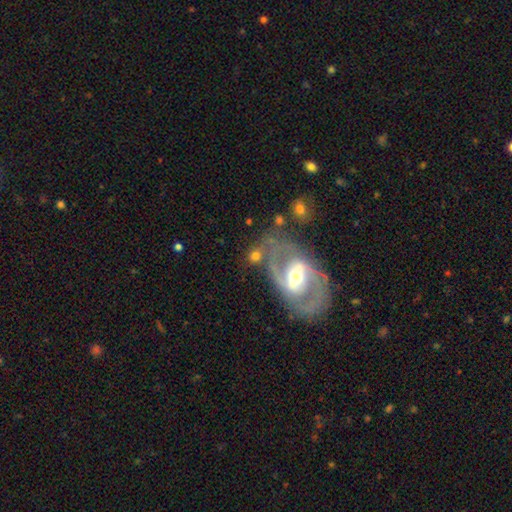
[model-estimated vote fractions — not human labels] Smooth or featured: featured or disk — 50% (smooth — 41%)
Merging: none — 57% (merger — 15%)